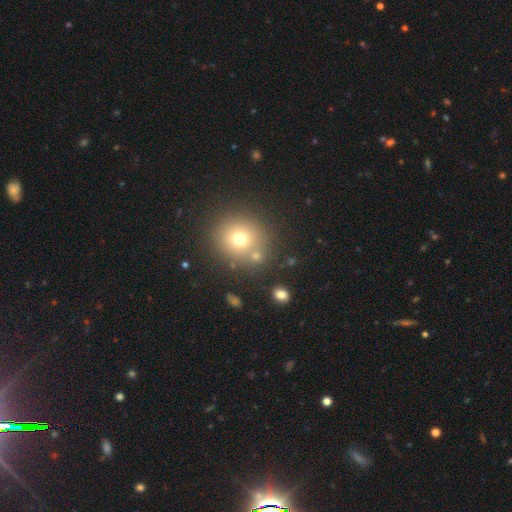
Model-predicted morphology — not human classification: Overall: smooth (68%). How rounded: round (88%). Merging: none (75%).